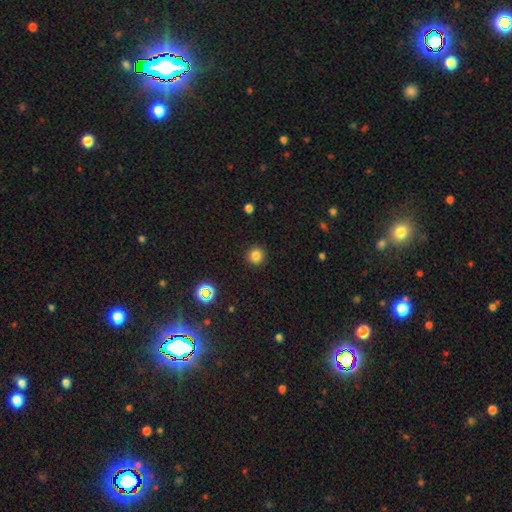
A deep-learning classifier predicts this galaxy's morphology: This is clearly a smooth galaxy (82%). How rounded: clearly round (95%). Merging: clearly none (92%).